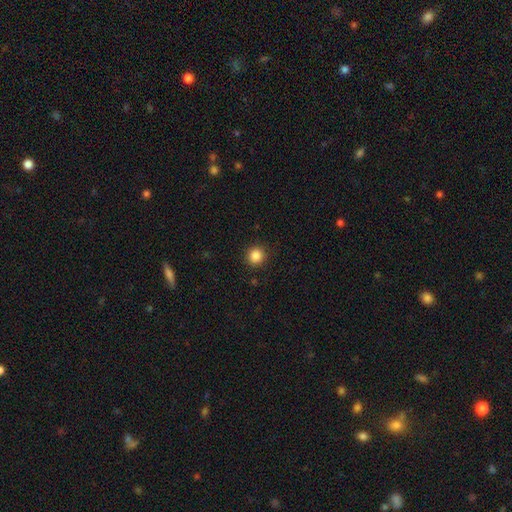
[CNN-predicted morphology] Overall: smooth (86%). How rounded: round (93%). Merging: none (91%).